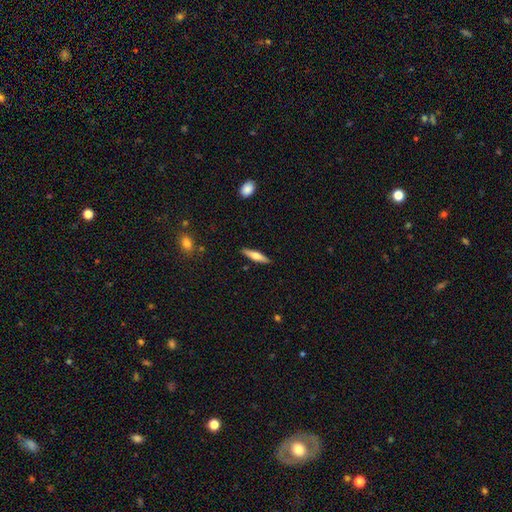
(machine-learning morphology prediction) type=smooth (54%); roundness=cigar-shaped (79%); merging=none (89%).